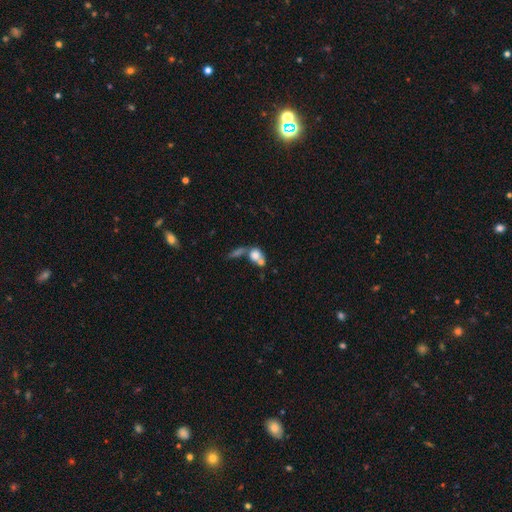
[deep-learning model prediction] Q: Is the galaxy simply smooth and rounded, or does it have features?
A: smooth — 70%.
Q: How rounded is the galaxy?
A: in between — 49%.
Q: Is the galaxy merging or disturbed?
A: merger — 59%.